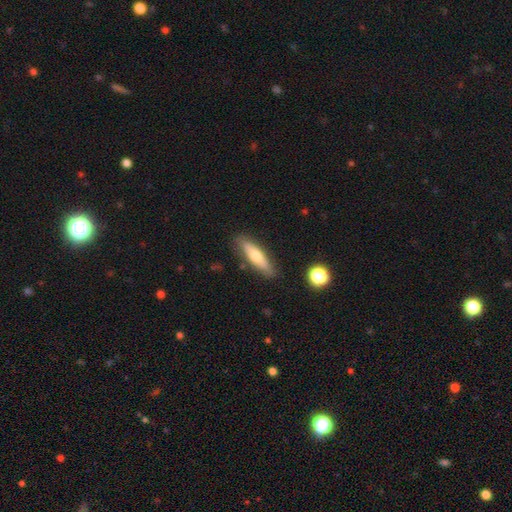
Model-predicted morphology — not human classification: A smooth galaxy with no disk features (59%) that is cigar-shaped (63%). Merging: none (83%).